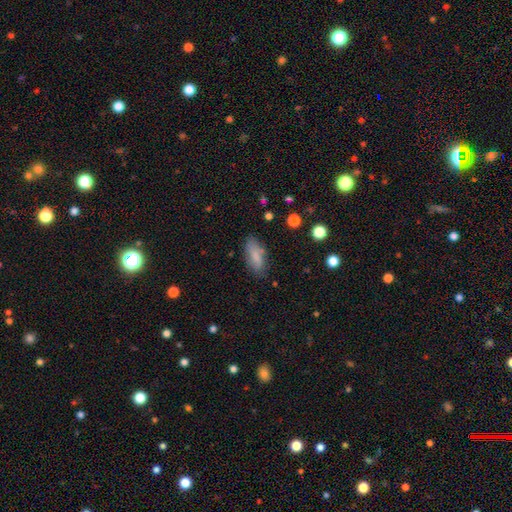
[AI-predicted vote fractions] This is clearly a smooth galaxy (80%). How rounded: likely in between (79%). Merging: likely none (74%).